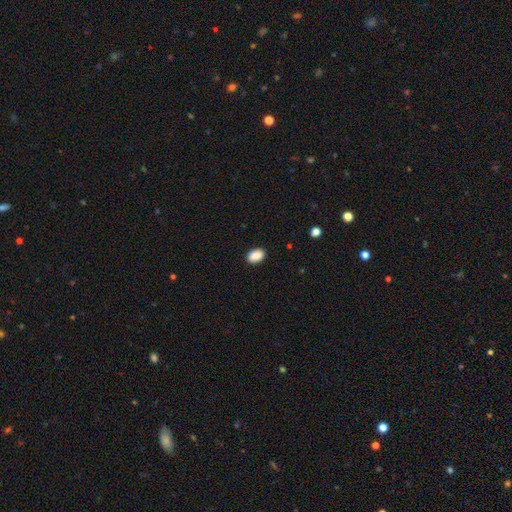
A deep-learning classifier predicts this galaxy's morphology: Smooth or featured?
  - smooth: 88% *
  - star or artifact: 8%
  - featured or disk: 5%
How rounded?
  - in between: 87% *
  - round: 11%
  - cigar-shaped: 1%
Merging?
  - none: 88% *
  - minor disturbance: 9%
  - major disturbance: 2%
  - merger: 1%